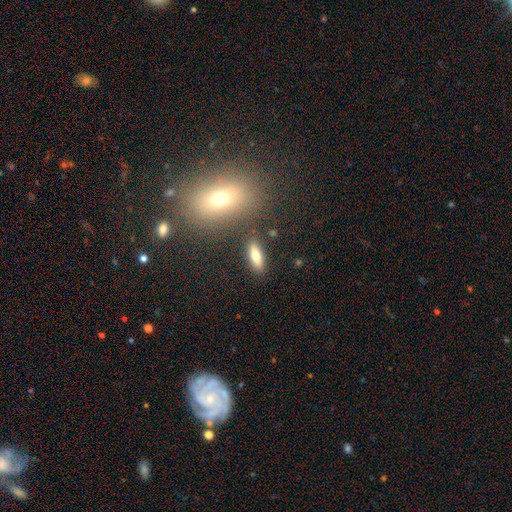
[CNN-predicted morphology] Smooth or featured?
  - smooth: 74% *
  - featured or disk: 18%
  - star or artifact: 8%
How rounded?
  - in between: 60% *
  - cigar-shaped: 36%
  - round: 3%
Merging?
  - none: 84% *
  - minor disturbance: 10%
  - merger: 4%
  - major disturbance: 3%